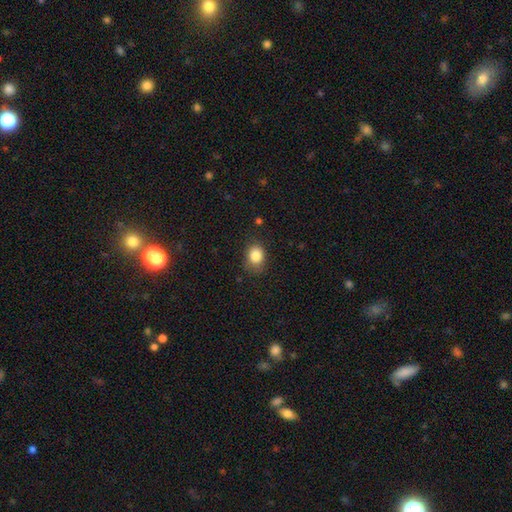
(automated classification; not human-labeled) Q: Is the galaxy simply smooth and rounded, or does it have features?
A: smooth — 84%.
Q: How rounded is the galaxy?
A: in between — 56%.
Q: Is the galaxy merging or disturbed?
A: none — 75%.